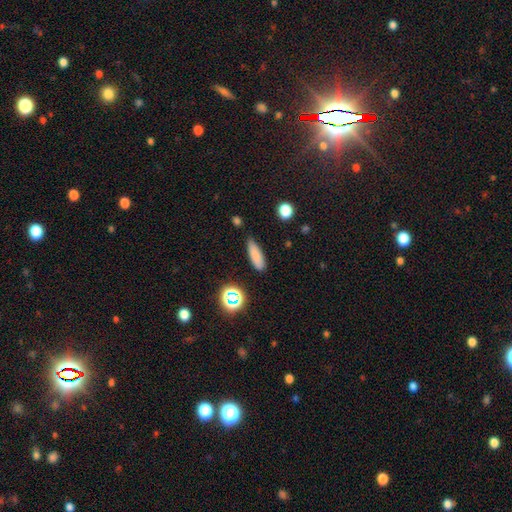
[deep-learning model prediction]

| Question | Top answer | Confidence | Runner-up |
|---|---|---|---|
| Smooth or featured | smooth | 80% | star or artifact (12%) |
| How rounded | cigar-shaped | 49% | in between (48%) |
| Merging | none | 76% | minor disturbance (17%) |